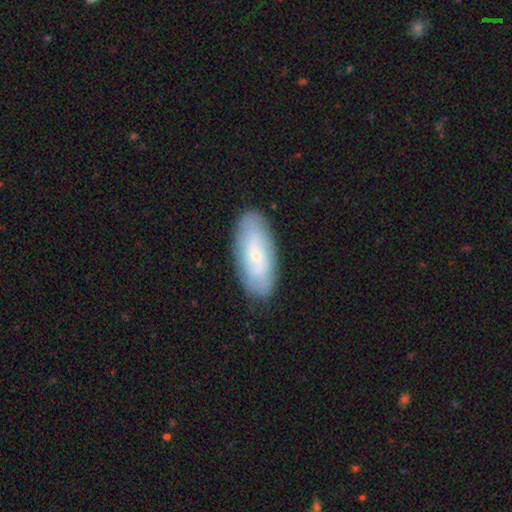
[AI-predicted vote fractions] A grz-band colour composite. It shows a smooth galaxy with no disk features (47%). Merging: none (84%).